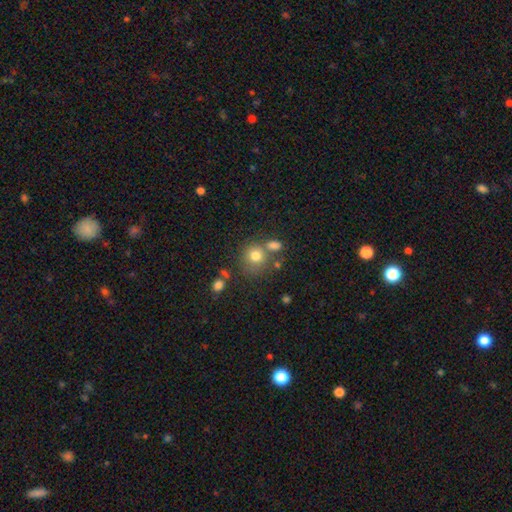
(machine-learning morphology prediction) smooth_or_featured: smooth (p=0.77) [alt: star or artifact p=0.12]
how_rounded: round (p=0.80) [alt: in between p=0.19]
merging: none (p=0.57) [alt: merger p=0.22]